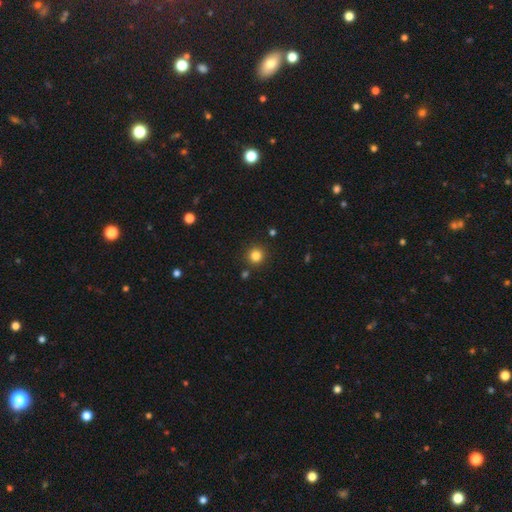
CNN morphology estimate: The model was most divided on "smooth or featured": smooth: 83%, star or artifact: 12%, featured or disk: 4%. More confident: how rounded — round (93%); merging — none (87%).